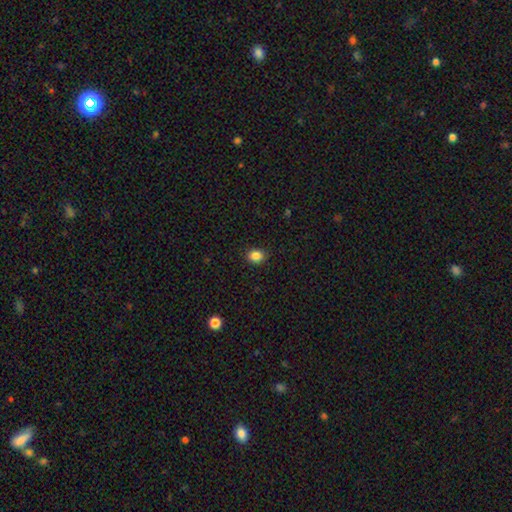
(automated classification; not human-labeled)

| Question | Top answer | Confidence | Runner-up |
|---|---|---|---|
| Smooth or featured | smooth | 85% | star or artifact (11%) |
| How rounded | round | 62% | in between (37%) |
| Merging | none | 90% | minor disturbance (7%) |